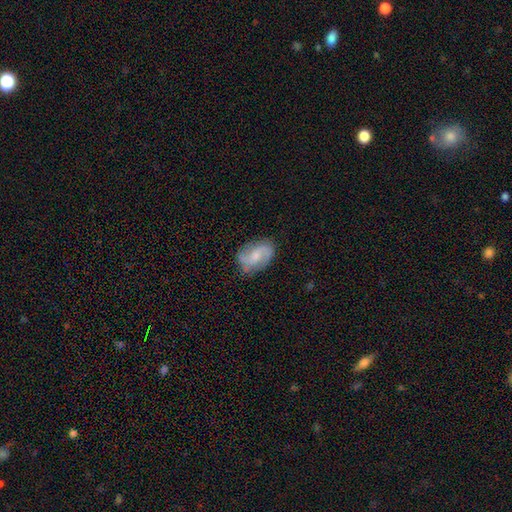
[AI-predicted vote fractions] A featured or disk galaxy (70%) with a weak bar (48%), 2 (88%) medium (42%, tied with loose) spiral arms (93%) and a small central bulge (43%). Merging: none (76%).